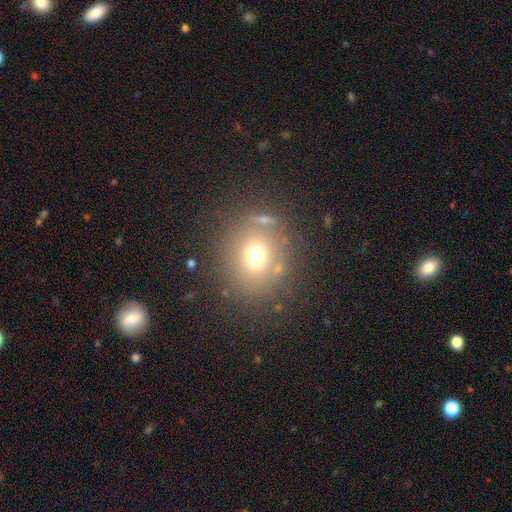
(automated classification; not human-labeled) Smooth or featured: smooth — 69% (star or artifact — 18%)
How rounded: round — 82% (in between — 17%)
Merging: none — 76% (minor disturbance — 10%)